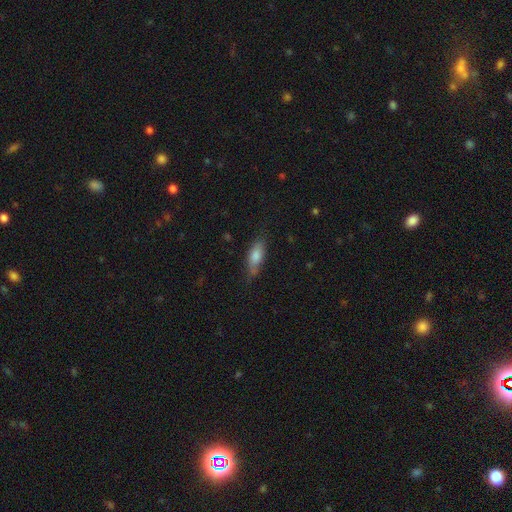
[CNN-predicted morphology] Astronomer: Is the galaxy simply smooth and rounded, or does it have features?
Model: smooth — 75%.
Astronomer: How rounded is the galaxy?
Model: in between — 65%.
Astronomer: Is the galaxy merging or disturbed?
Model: none — 67%.